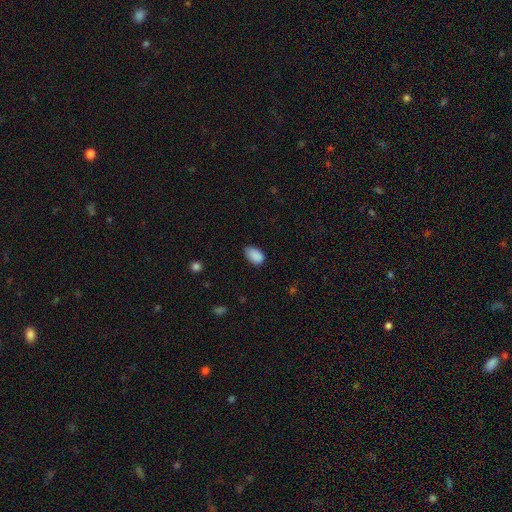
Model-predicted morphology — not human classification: A smooth galaxy with no disk features (88%) that is in between round and cigar-shaped (91%). Merging: none (66%).